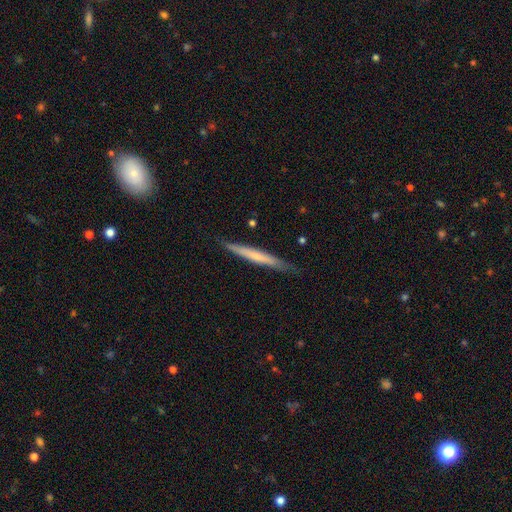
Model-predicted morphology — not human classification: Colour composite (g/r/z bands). It shows a smooth galaxy with no disk features (49%). Merging: none (84%).